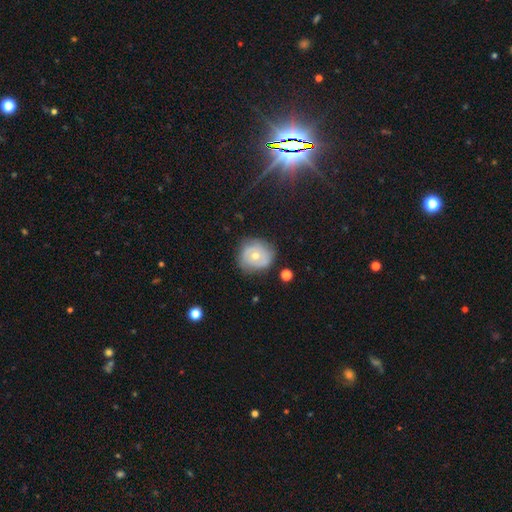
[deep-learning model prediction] Smooth or featured?
  - smooth: 47% *
  - featured or disk: 45%
  - star or artifact: 8%
Merging?
  - none: 70% *
  - minor disturbance: 22%
  - major disturbance: 6%
  - merger: 2%